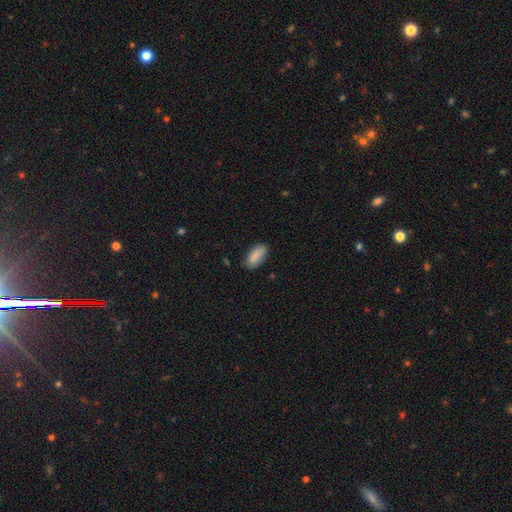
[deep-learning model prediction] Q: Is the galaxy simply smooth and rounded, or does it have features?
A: smooth — 88%.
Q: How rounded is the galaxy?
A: in between — 89%.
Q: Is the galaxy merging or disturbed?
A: none — 80%.